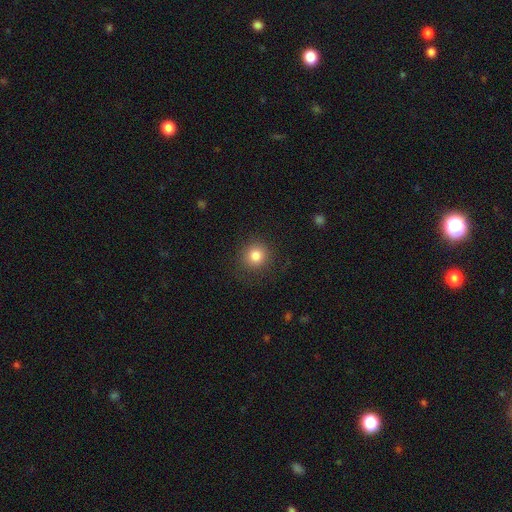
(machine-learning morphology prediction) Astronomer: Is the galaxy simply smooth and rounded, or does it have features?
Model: smooth — 82%.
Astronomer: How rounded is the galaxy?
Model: round — 91%.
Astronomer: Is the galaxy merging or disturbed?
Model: none — 88%.